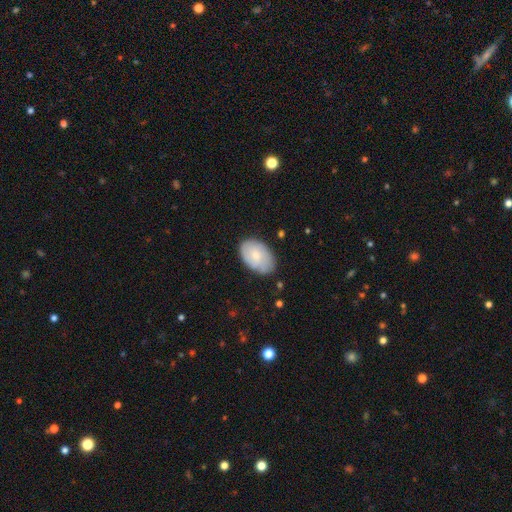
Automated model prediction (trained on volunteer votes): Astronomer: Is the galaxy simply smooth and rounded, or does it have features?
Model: smooth — 65%.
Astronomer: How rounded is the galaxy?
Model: in between — 91%.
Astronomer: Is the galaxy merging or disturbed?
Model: none — 74%.